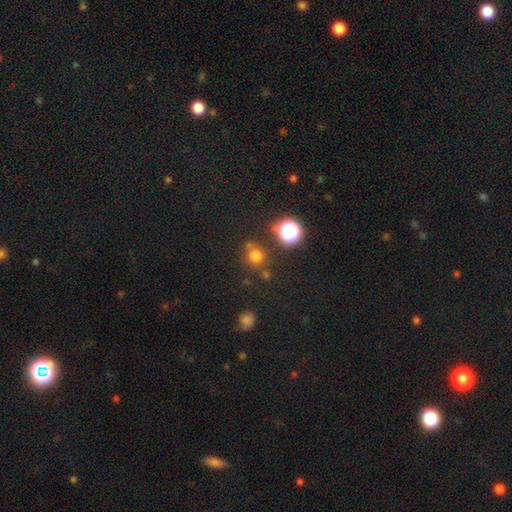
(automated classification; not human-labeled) Smooth or featured: smooth — 70% (star or artifact — 23%)
How rounded: round — 88% (in between — 11%)
Merging: none — 74% (merger — 11%)